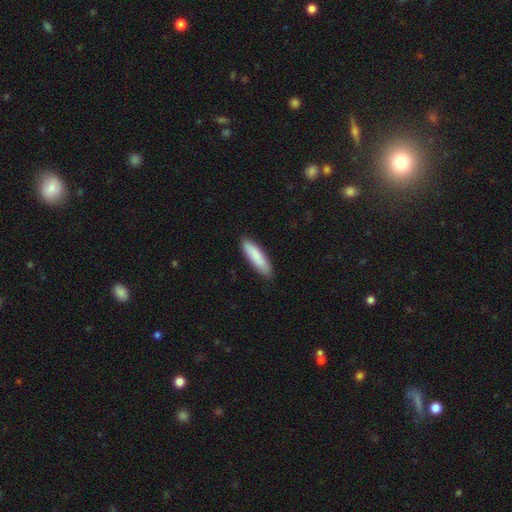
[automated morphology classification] A smooth galaxy with no disk features (86%) that is cigar-shaped (67%).

Vote fractions:
- Smooth or featured? smooth: 86% / featured or disk: 9% / star or artifact: 5%
- How rounded? cigar-shaped: 67% / in between: 32% / round: 1%
- Merging? none: 85% / minor disturbance: 12% / major disturbance: 2% / merger: 1%